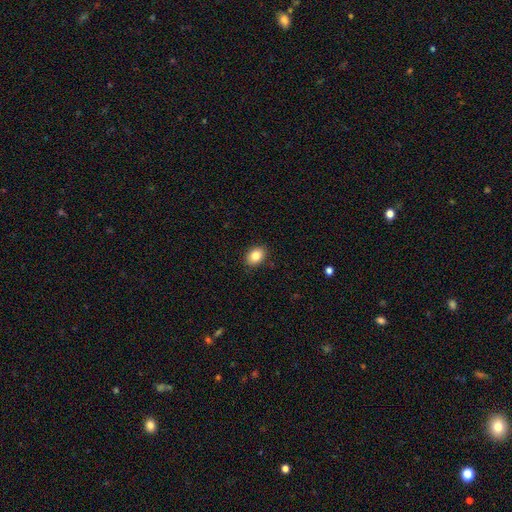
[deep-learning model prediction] Smooth or featured?
  - smooth: 84% *
  - star or artifact: 9%
  - featured or disk: 8%
How rounded?
  - in between: 73% *
  - round: 26%
  - cigar-shaped: 1%
Merging?
  - none: 89% *
  - minor disturbance: 8%
  - major disturbance: 2%
  - merger: 1%